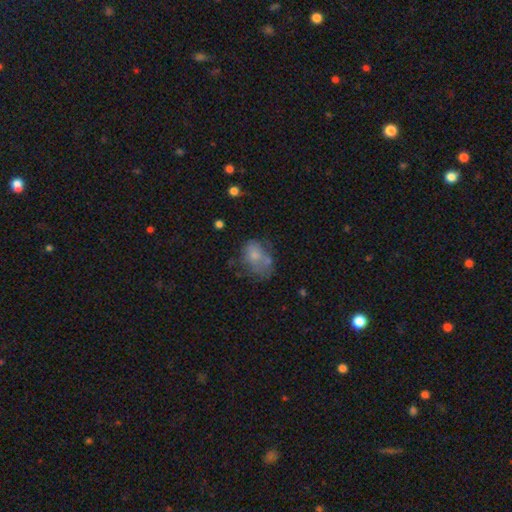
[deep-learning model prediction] Smooth or featured? smooth (64%)
How rounded? in between (70%)
Merging? none (35%)